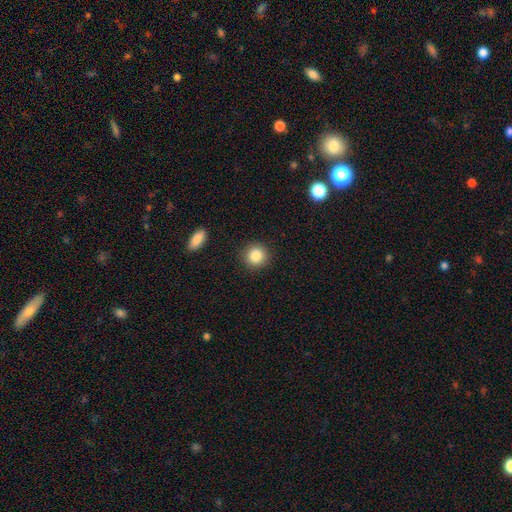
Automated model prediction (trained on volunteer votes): Overall: smooth (85%). How rounded: round (91%). Merging: none (90%).